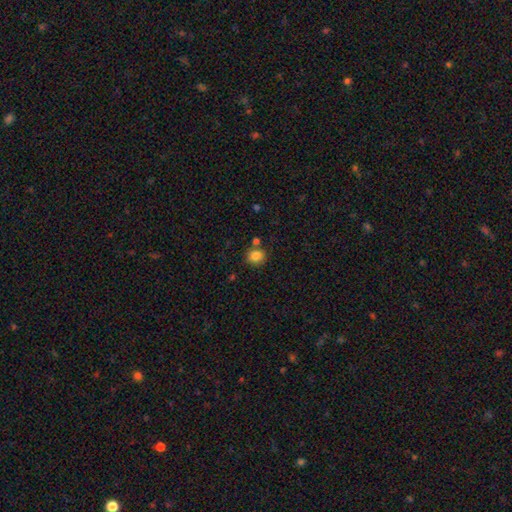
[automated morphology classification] smooth_or_featured: smooth (p=0.85) [alt: star or artifact p=0.10]
how_rounded: round (p=0.77) [alt: in between p=0.22]
merging: none (p=0.78) [alt: merger p=0.10]